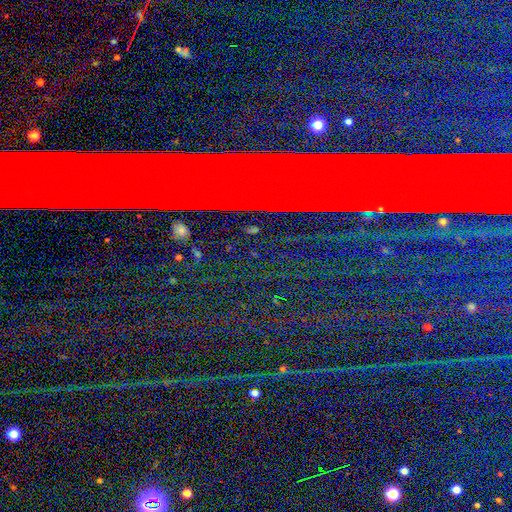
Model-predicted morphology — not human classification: Smooth or featured: star or artifact — 84% (featured or disk — 8%)